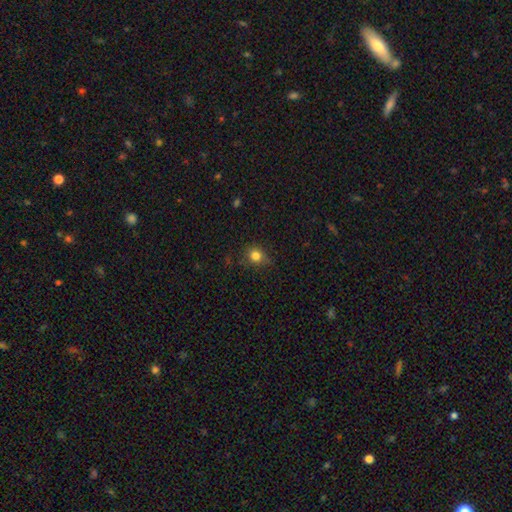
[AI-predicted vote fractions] This appears to be a smooth galaxy with no disk features (82%) that is round (72%). Merging: none (78%).